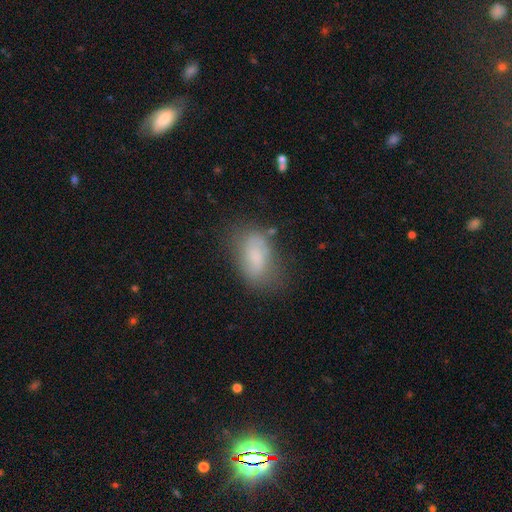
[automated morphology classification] type=smooth (73%); roundness=in between (90%); merging=none (61%).